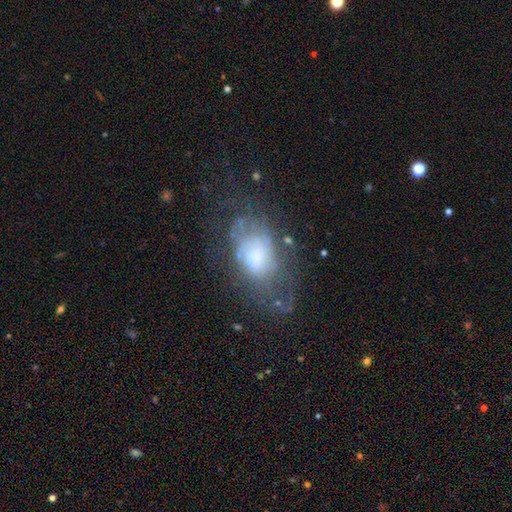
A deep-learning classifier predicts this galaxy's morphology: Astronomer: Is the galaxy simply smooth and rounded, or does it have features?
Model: featured or disk — 54% (runner-up: smooth, 34%).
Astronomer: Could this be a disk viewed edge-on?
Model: no — 96%.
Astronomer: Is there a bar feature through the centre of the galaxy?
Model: no — 79%.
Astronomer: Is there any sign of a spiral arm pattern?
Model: no — 52% (runner-up: yes, 48%).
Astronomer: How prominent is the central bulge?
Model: small — 32% (runner-up: moderate, 27%).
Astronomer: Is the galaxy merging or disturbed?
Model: none — 41% (runner-up: major disturbance, 30%).